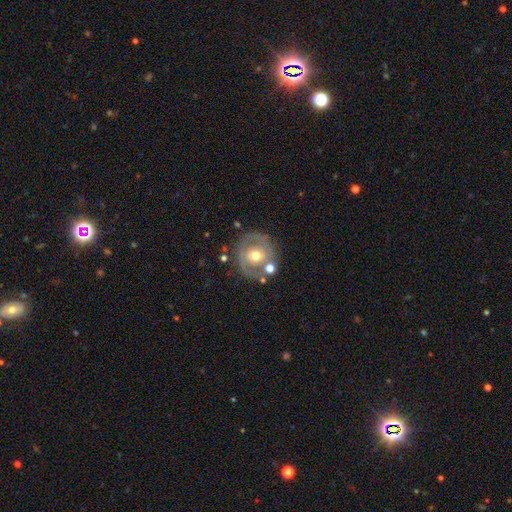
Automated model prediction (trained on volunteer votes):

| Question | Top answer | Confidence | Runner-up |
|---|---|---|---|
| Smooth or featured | featured or disk | 65% | smooth (28%) |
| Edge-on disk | no | 96% | yes (4%) |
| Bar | no | 72% | weak (21%) |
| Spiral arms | yes | 54% | no (46%) |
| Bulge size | moderate | 74% | small (17%) |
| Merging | none | 70% | minor disturbance (15%) |